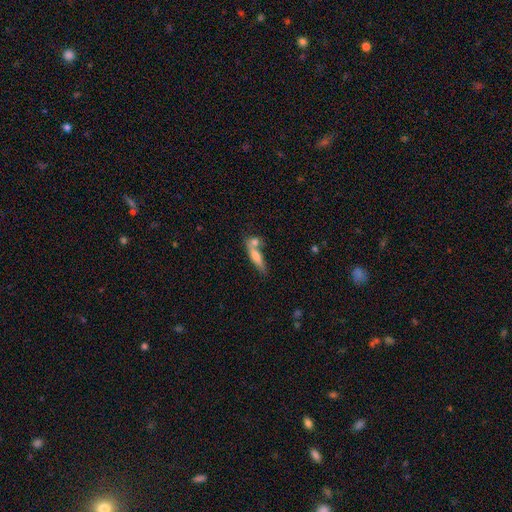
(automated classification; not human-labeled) Morphology: type=smooth (60%); roundness=cigar-shaped (73%); merging=none (50%).